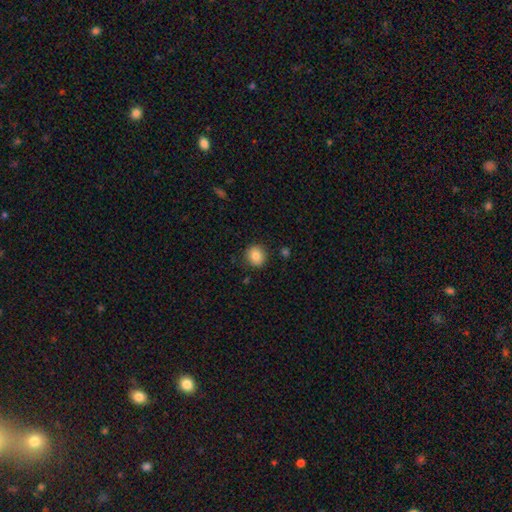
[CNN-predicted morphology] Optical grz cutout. It shows a smooth galaxy with no disk features (84%) that is round (90%). Merging: none (88%).